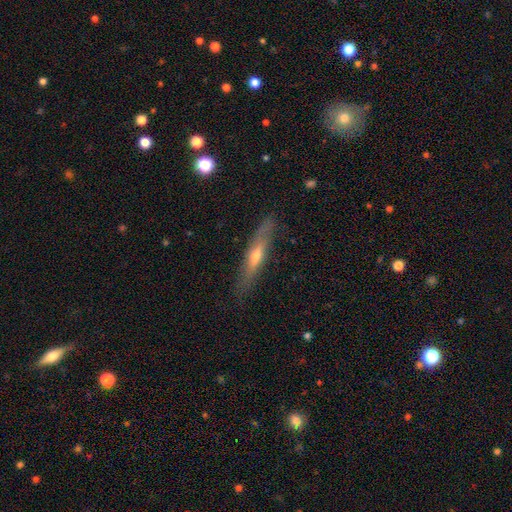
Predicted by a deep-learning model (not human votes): This is possibly a featured or disk galaxy (52%). It is clearly viewed edge-on (83%). Merging: clearly none (84%).